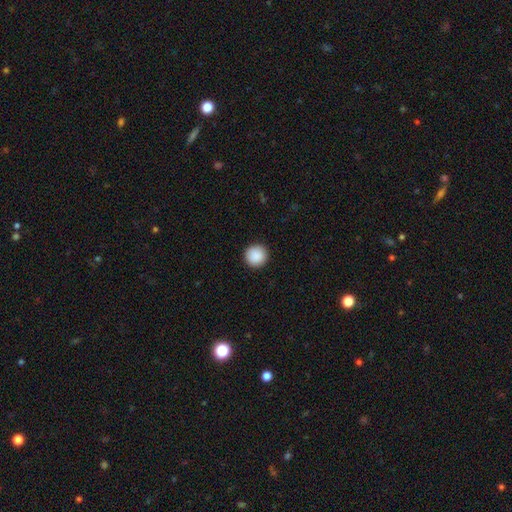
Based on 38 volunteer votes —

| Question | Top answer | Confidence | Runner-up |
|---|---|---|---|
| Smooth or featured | smooth | 92% | star or artifact (5%) |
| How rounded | round | 100% | — |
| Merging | none | 97% | minor disturbance (3%) |